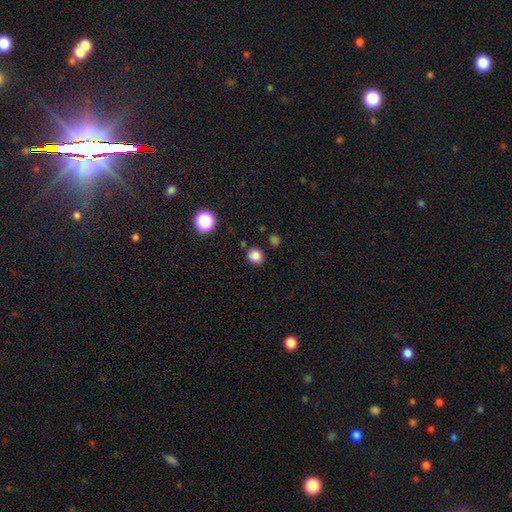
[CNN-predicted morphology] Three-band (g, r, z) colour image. It shows a smooth galaxy with no disk features (84%) that is round (85%). Merging: none (85%).